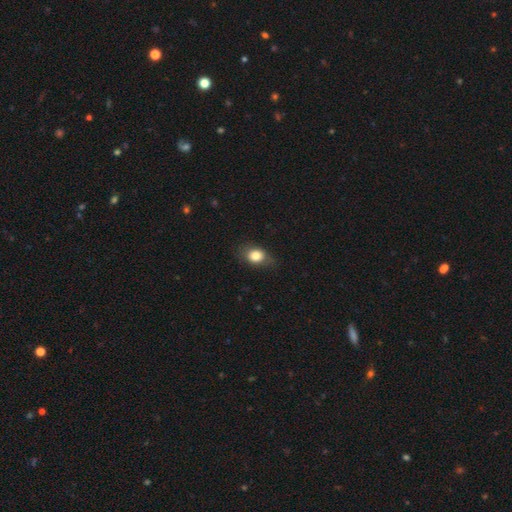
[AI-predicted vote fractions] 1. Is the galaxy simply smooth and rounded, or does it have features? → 80% smooth, 10% featured or disk, 9% star or artifact.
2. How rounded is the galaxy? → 61% in between, 38% round, 2% cigar-shaped.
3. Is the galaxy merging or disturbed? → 73% none, 20% minor disturbance, 5% major disturbance, 1% merger.